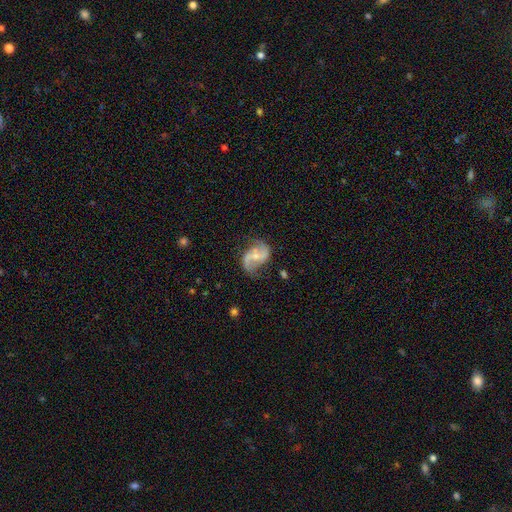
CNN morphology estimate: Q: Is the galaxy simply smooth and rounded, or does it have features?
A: featured or disk — 85%.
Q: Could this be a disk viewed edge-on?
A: no — 98%.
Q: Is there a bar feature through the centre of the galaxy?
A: weak — 41%.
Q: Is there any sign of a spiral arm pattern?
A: yes — 95%.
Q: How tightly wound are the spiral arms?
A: loose — 65%.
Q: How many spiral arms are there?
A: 2 — 92%.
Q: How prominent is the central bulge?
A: small — 59%.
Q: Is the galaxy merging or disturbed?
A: none — 71%.